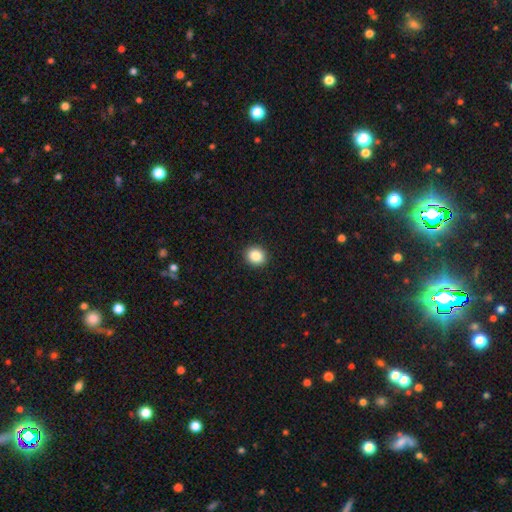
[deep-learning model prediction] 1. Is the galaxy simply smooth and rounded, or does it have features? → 87% smooth, 9% star or artifact, 4% featured or disk.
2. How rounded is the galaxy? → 78% round, 21% in between, 1% cigar-shaped.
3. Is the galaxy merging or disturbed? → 92% none, 5% minor disturbance, 2% major disturbance, 1% merger.